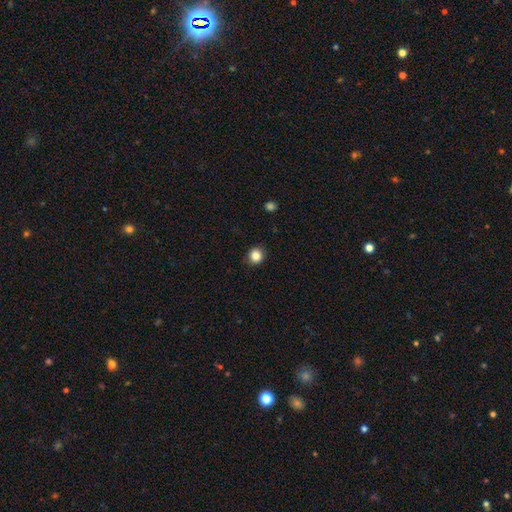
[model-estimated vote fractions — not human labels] The model was most divided on "smooth or featured": smooth: 85%, star or artifact: 11%, featured or disk: 4%. More confident: merging — none (90%); how rounded — round (90%).